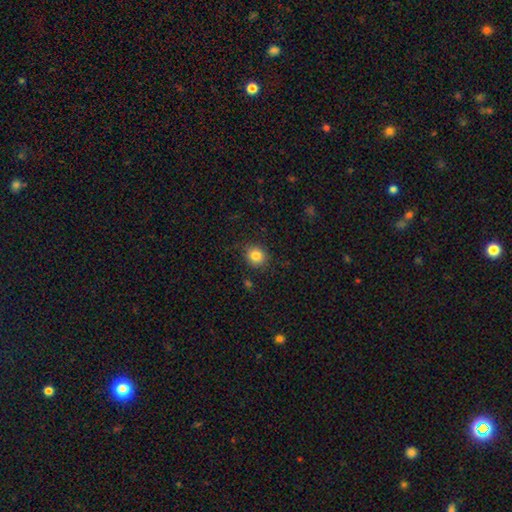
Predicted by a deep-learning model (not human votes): A smooth galaxy with no disk features (83%) that is round (82%).

Vote fractions:
- Smooth or featured? smooth: 83% / star or artifact: 11% / featured or disk: 6%
- How rounded? round: 82% / in between: 17% / cigar-shaped: 1%
- Merging? none: 85% / minor disturbance: 11% / major disturbance: 3% / merger: 2%